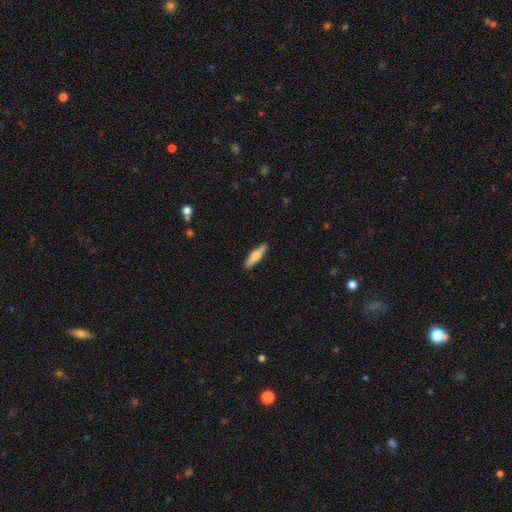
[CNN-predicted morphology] smooth 63%, featured or disk 31%, star or artifact 6%. Down the decision tree: how rounded — cigar-shaped (76%); merging — none (89%).